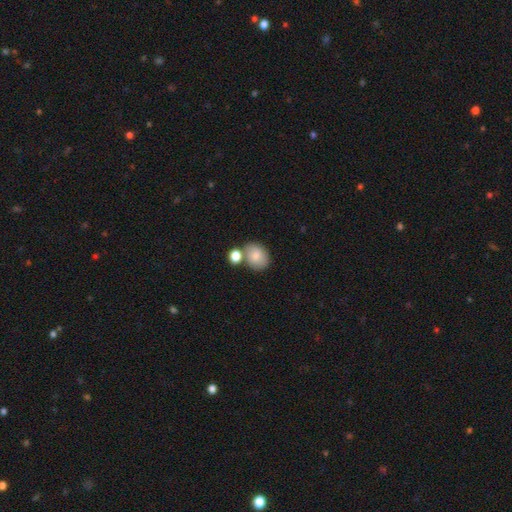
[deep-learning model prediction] This is clearly a smooth galaxy (82%). How rounded: possibly in between (55%). Merging: possibly none (58%).